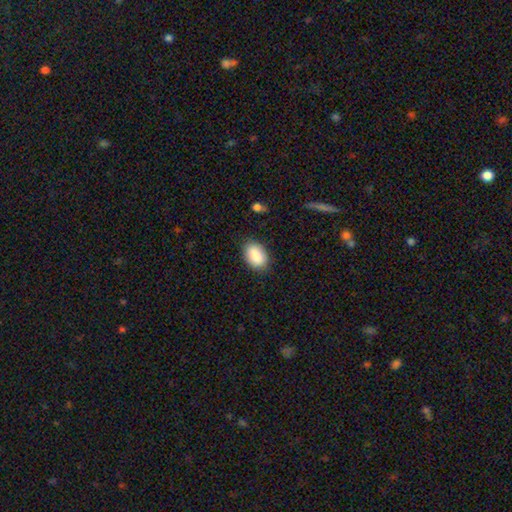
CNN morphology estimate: Smooth or featured? Predicted: smooth (p=0.89). How rounded? Predicted: in between (p=0.88). Merging? Predicted: none (p=0.85).